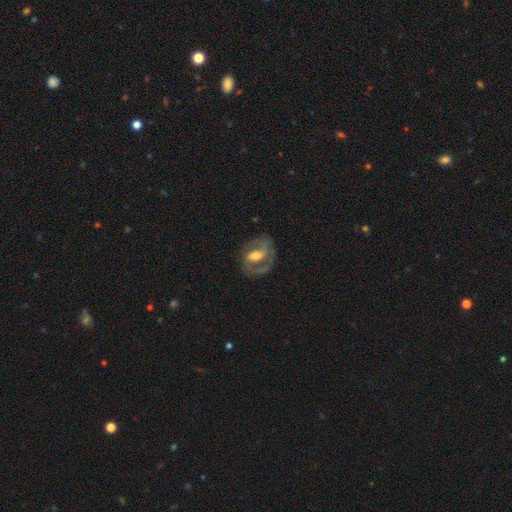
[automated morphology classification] Smooth or featured: featured or disk — 78% (smooth — 17%)
Edge-on disk: no — 96% (yes — 4%)
Bar: weak — 40% (strong — 38%)
Spiral arms: yes — 84% (no — 16%)
Spiral winding: medium — 50% (tight — 32%)
Spiral arm count: 2 — 81% (can't tell — 8%)
Bulge size: moderate — 62% (small — 20%)
Merging: none — 72% (minor disturbance — 16%)